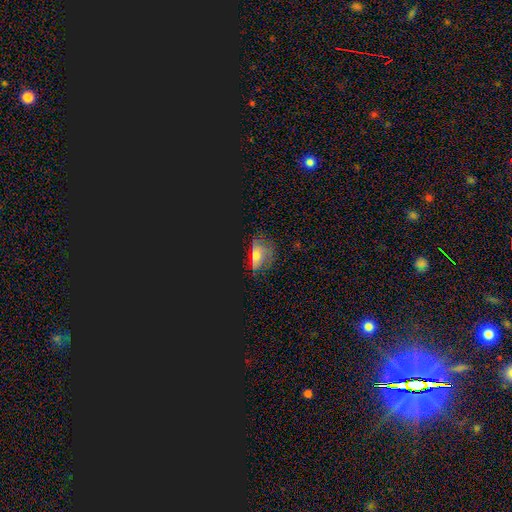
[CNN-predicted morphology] A star or artifact, not a galaxy (43%).